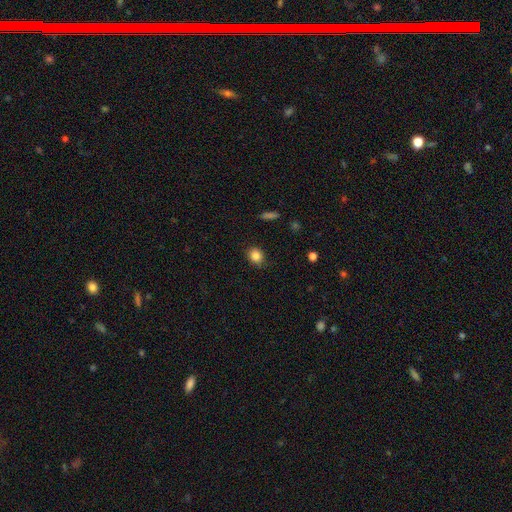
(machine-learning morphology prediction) A smooth galaxy with no disk features (84%) that is round (65%). Merging: none (85%).